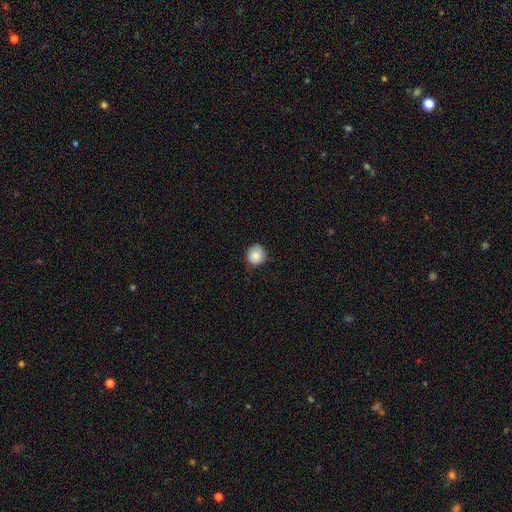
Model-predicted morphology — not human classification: type=smooth (86%); roundness=round (85%); merging=none (76%).